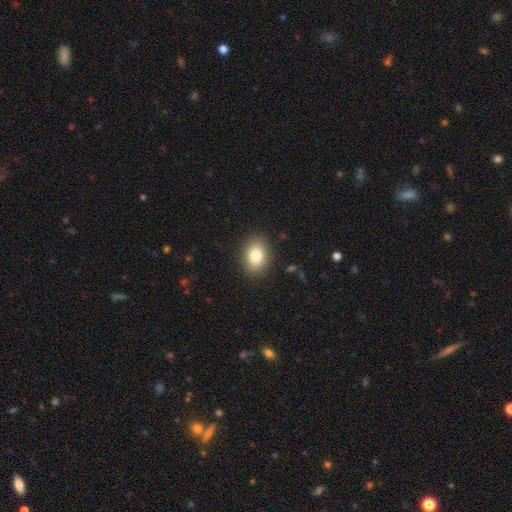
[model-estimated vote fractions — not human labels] Overall: smooth (82%). How rounded: in between (78%). Merging: none (87%).